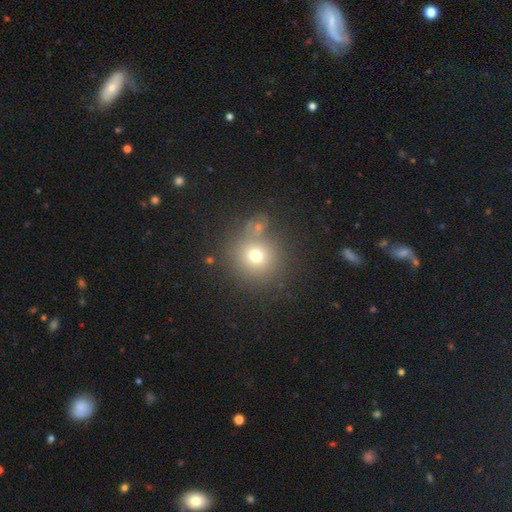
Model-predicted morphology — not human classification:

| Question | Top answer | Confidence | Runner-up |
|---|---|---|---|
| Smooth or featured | smooth | 70% | star or artifact (17%) |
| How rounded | round | 90% | in between (9%) |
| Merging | none | 72% | merger (13%) |